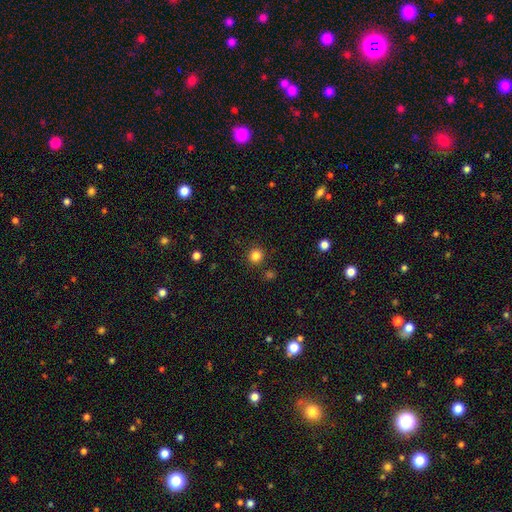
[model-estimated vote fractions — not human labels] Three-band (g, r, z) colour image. It shows a smooth galaxy with no disk features (84%) that is round (93%). Merging: none (89%).